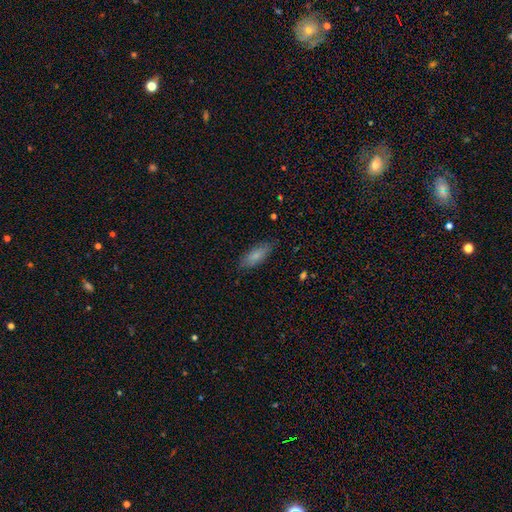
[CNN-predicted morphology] smooth-or-featured: smooth: 78% | featured or disk: 15% | star or artifact: 7%
  how-rounded: in between: 68% | cigar-shaped: 31% | round: 2%
  merging: none: 82% | minor disturbance: 14% | major disturbance: 3% | merger: 1%